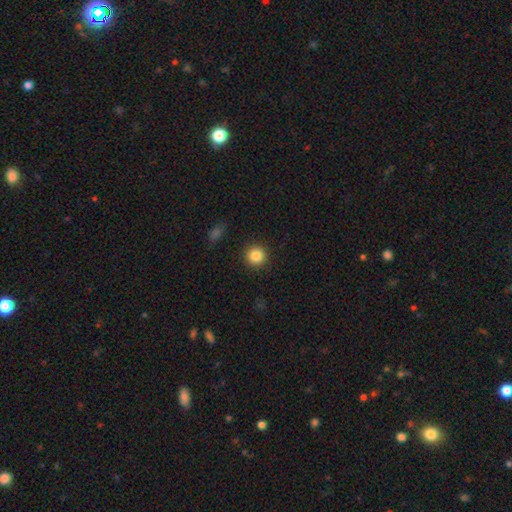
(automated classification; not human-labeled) Smooth or featured?
  - smooth: 85% *
  - star or artifact: 10%
  - featured or disk: 5%
How rounded?
  - round: 95% *
  - in between: 4%
  - cigar-shaped: 1%
Merging?
  - none: 91% *
  - minor disturbance: 5%
  - major disturbance: 2%
  - merger: 1%